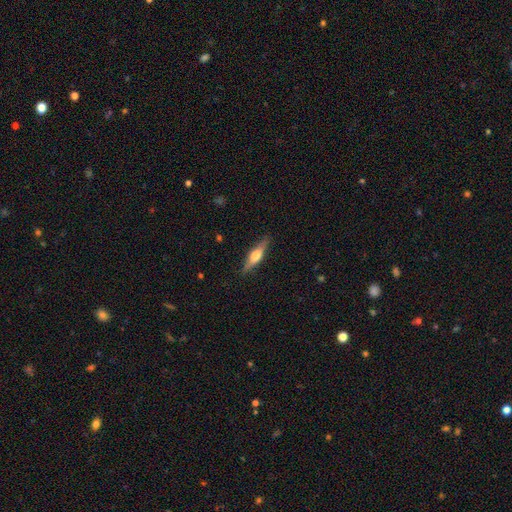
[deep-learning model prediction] Overall: featured or disk (52%; smooth 42%). Edge-on disk: yes (94%). Merging: none (87%).